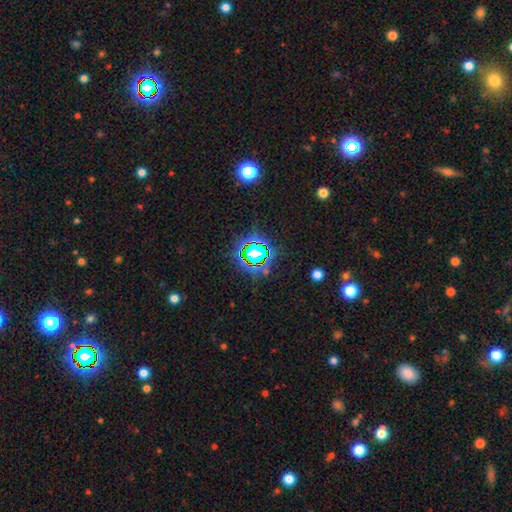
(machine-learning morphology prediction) Smooth or featured? star or artifact (70%)